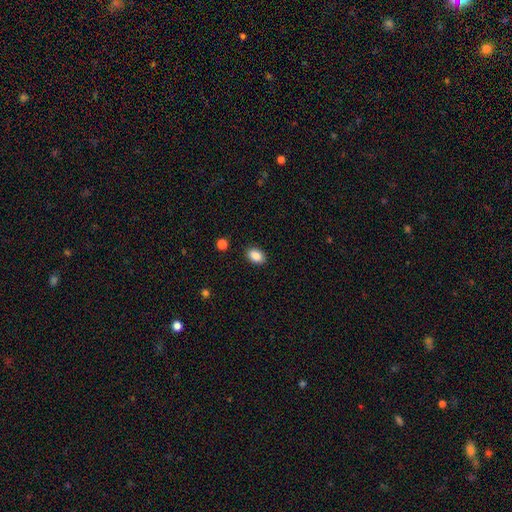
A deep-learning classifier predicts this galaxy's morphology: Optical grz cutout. It shows a smooth galaxy with no disk features (88%) that is in between round and cigar-shaped (86%). Merging: none (89%).